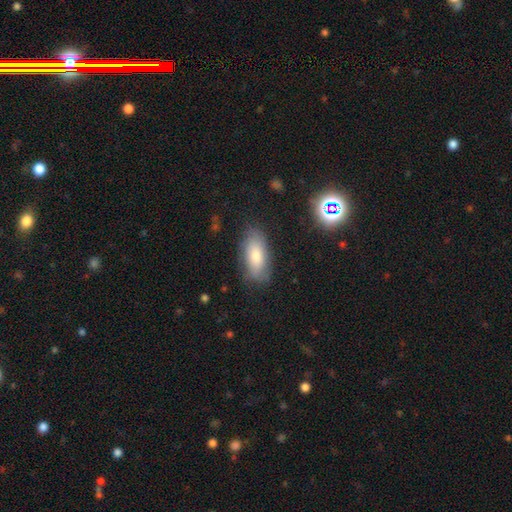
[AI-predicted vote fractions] This appears to be a smooth galaxy with no disk features (72%) that is in between round and cigar-shaped (84%). Merging: none (78%).